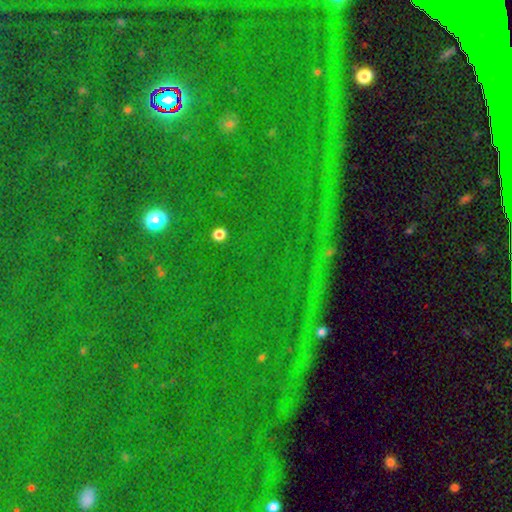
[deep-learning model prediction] This is clearly a star or artifact rather than a galaxy (84%).